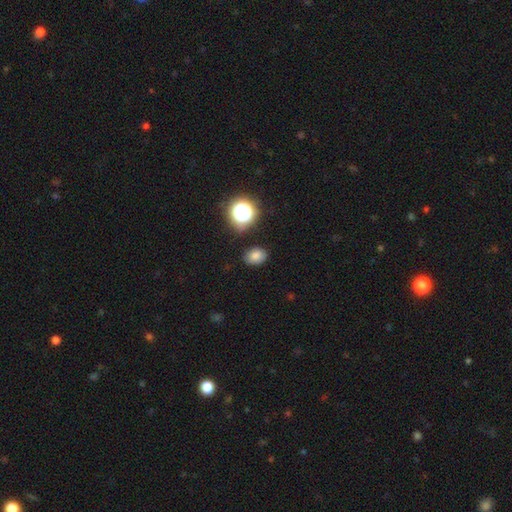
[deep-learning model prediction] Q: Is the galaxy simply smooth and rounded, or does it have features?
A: smooth — 79%.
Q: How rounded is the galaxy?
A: in between — 64%.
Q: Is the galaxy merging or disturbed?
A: none — 83%.